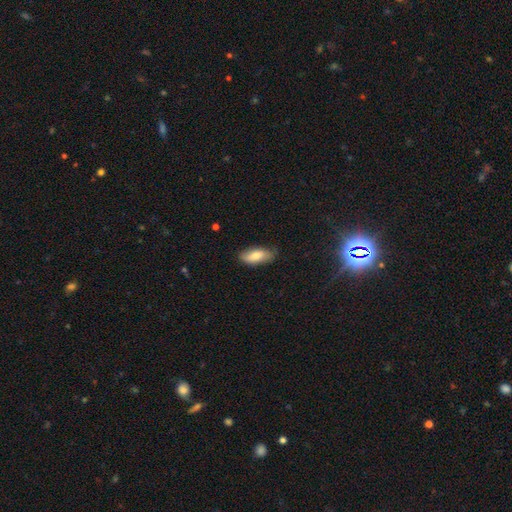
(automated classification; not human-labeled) Smooth or featured? Predicted: smooth (p=0.75). How rounded? Predicted: in between (p=0.83). Merging? Predicted: none (p=0.77).